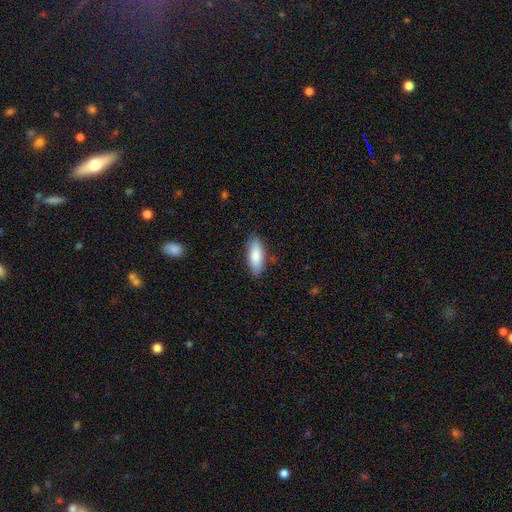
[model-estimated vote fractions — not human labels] smooth 85%, featured or disk 9%, star or artifact 6%. Down the decision tree: how rounded — in between (75%); merging — none (86%).